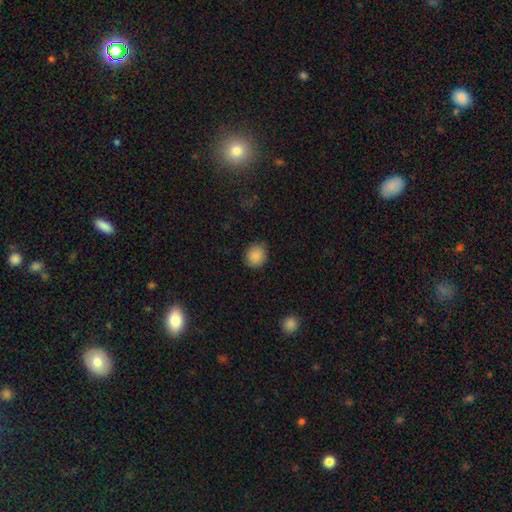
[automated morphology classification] This appears to be a smooth galaxy with no disk features (88%) that is round (83%). Merging: none (84%).